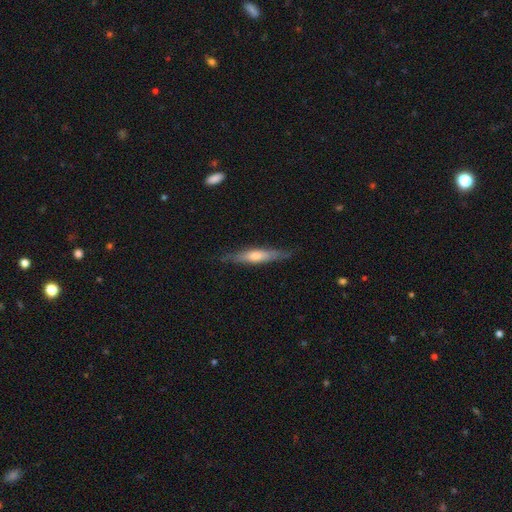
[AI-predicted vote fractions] Smooth or featured? featured or disk (53%)
Edge-on disk? yes (90%)
Merging? none (81%)